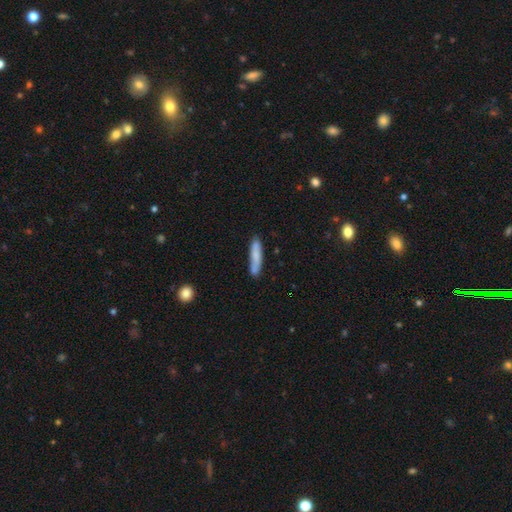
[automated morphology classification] smooth 73%, featured or disk 21%, star or artifact 6%. Down the decision tree: how rounded — cigar-shaped (86%); merging — none (77%).